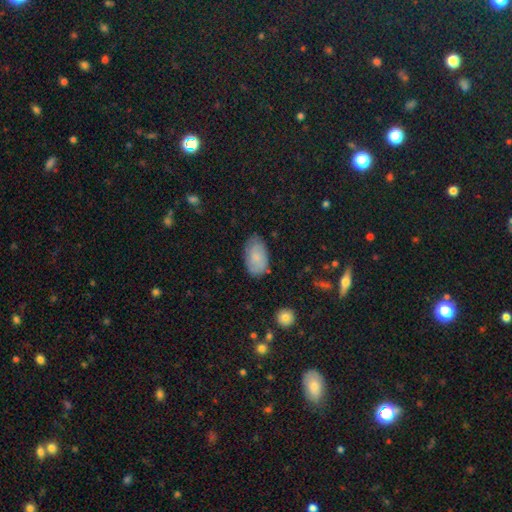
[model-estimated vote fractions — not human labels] Overall: smooth (77%). How rounded: in between (94%). Merging: none (74%).